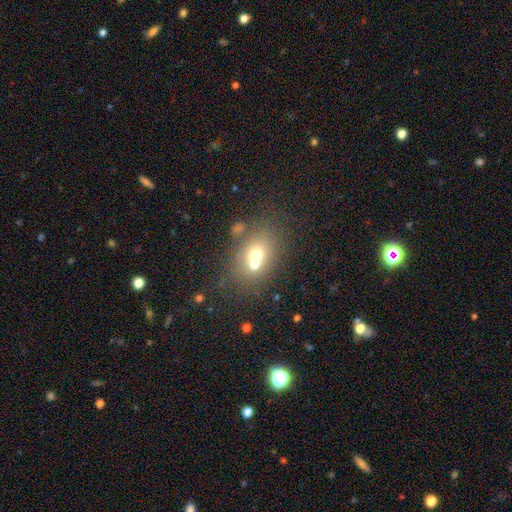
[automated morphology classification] Q: Smooth or featured?
A: smooth (62%); runner-up: featured or disk (23%)
Q: How rounded?
A: in between (52%); runner-up: round (47%)
Q: Merging?
A: merger (49%); runner-up: none (37%)